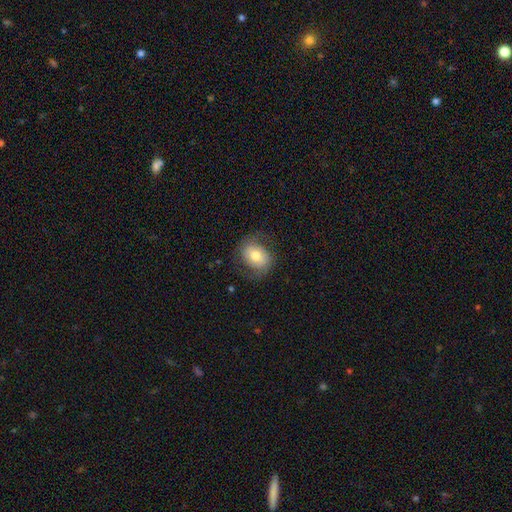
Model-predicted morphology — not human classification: Q: Smooth or featured?
A: smooth (60%); runner-up: featured or disk (33%)
Q: How rounded?
A: in between (56%); runner-up: round (43%)
Q: Merging?
A: none (70%); runner-up: minor disturbance (18%)